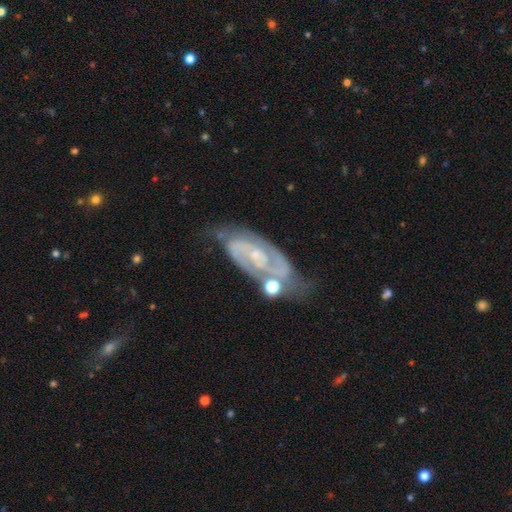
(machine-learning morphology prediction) A featured or disk galaxy (88%) with no bar (50%), 2 (83%) tight (57%) spiral arms (97%) and a small central bulge (75%). Merging: none (60%).